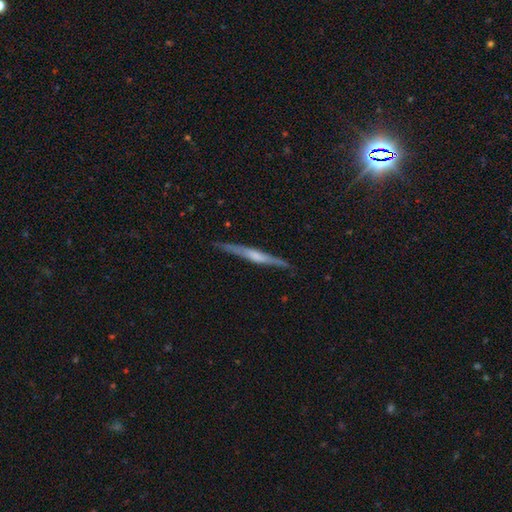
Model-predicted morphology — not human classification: Smooth or featured? Predicted: featured or disk (p=0.69). Edge-on disk? Predicted: yes (p=0.97). Edge-on bulge? Predicted: rounded (p=0.50). Merging? Predicted: none (p=0.88).